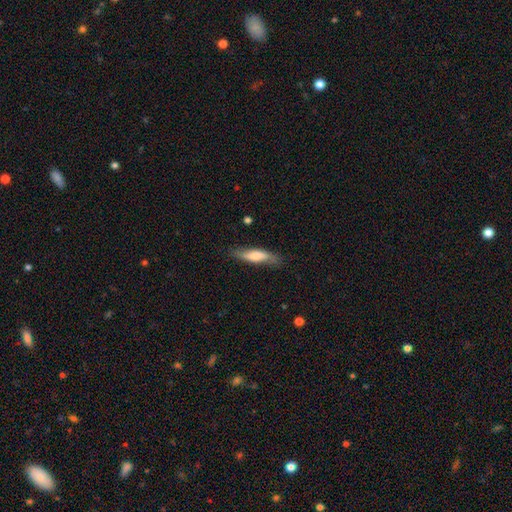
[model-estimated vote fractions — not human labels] Overall: smooth (59%; featured or disk 35%). How rounded: cigar-shaped (73%). Merging: none (76%).